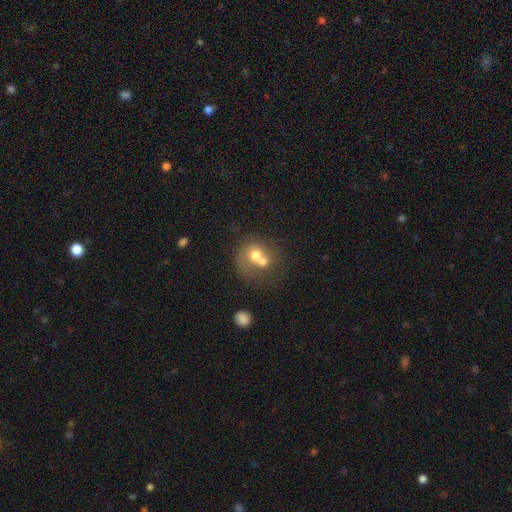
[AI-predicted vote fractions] smooth 58%, featured or disk 32%, star or artifact 10%. Down the decision tree: how rounded — round (70%); merging — merger (66%).